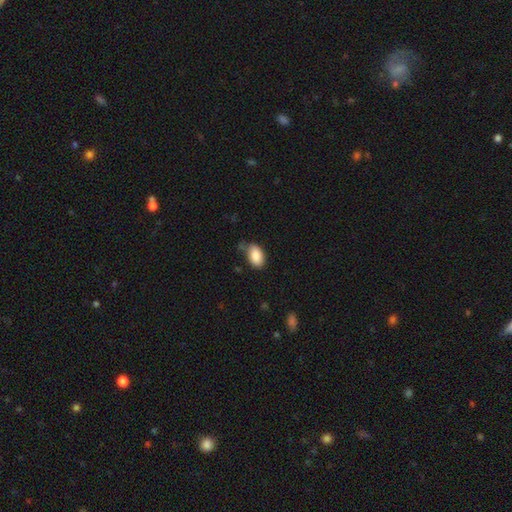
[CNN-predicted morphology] This is clearly a smooth galaxy (88%). How rounded: clearly in between (92%). Merging: likely none (68%).